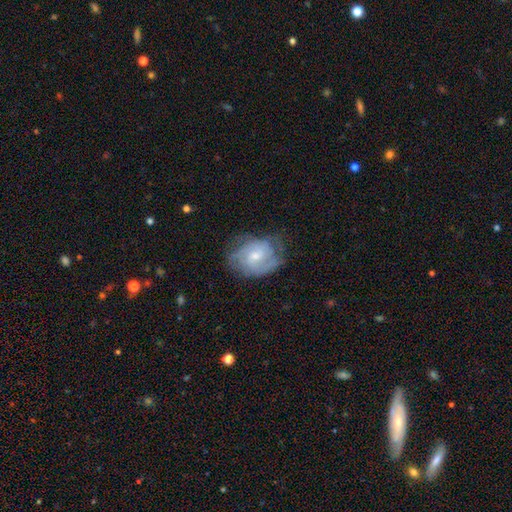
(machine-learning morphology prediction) Smooth or featured? Predicted: featured or disk (p=0.72). Edge-on disk? Predicted: no (p=0.97). Bar? Predicted: no (p=0.51). Spiral arms? Predicted: yes (p=0.89). Spiral winding? Predicted: tight (p=0.49). Spiral arm count? Predicted: can't tell (p=0.36). Bulge size? Predicted: small (p=0.51). Merging? Predicted: none (p=0.60).